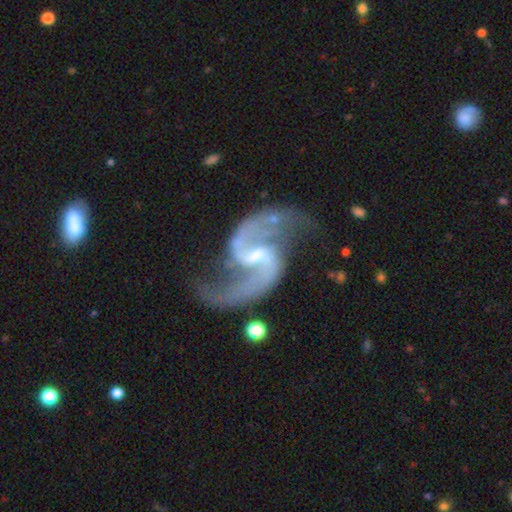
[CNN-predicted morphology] Overall: featured or disk (94%). Edge-on disk: no (98%). Bar: weak (59%; strong 23%). Spiral arms: yes (98%). Spiral arm count: 2 (94%). Spiral winding: loose (62%; medium 32%). Bulge size: small (55%; moderate 25%). Merging: none (68%).